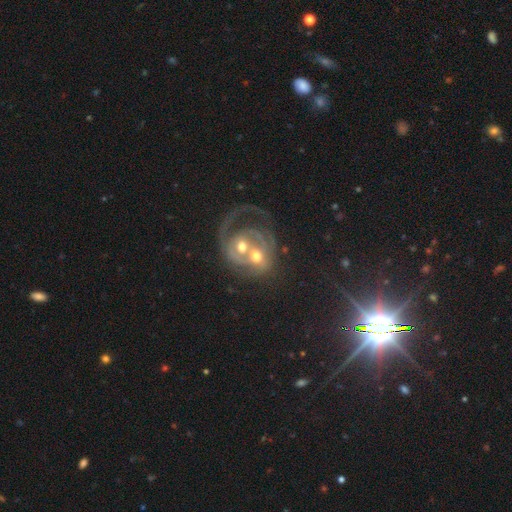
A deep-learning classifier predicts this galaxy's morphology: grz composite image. It shows a featured or disk galaxy (72%) with no bar (68%), spiral arms (70%) and a moderate central bulge (63%). Merging: merger (76%).